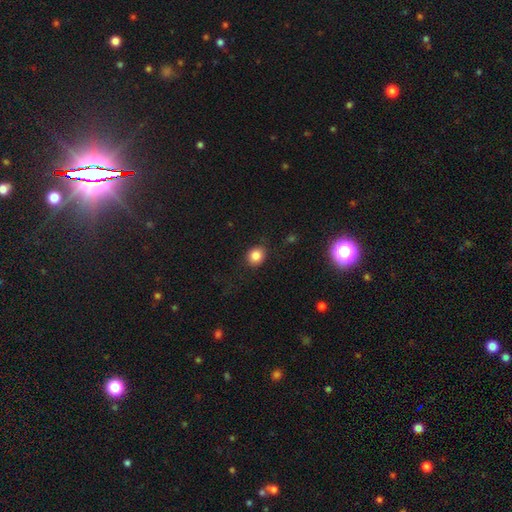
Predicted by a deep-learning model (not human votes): Q: Smooth or featured?
A: smooth (85%); runner-up: star or artifact (10%)
Q: How rounded?
A: round (71%); runner-up: in between (28%)
Q: Merging?
A: none (85%); runner-up: minor disturbance (11%)